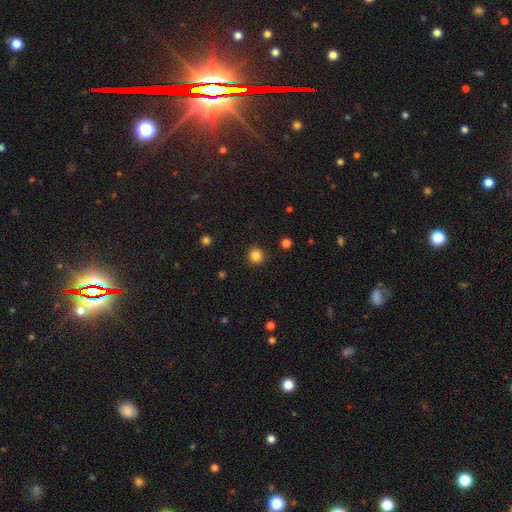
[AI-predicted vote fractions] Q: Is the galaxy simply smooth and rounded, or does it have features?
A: smooth — 85%.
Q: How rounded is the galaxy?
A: round — 93%.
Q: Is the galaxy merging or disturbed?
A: none — 92%.